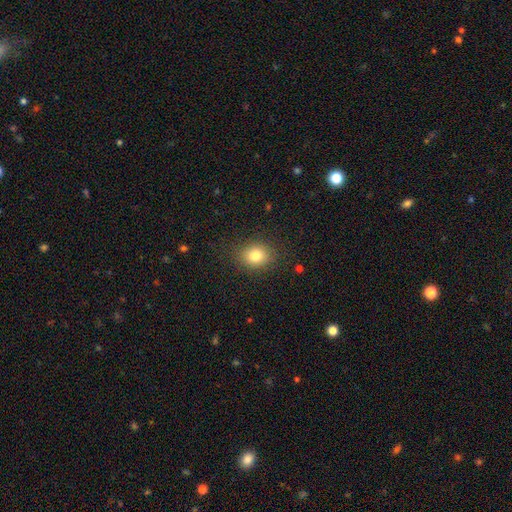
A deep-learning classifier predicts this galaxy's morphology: Smooth or featured? smooth (81%)
How rounded? round (60%)
Merging? none (86%)